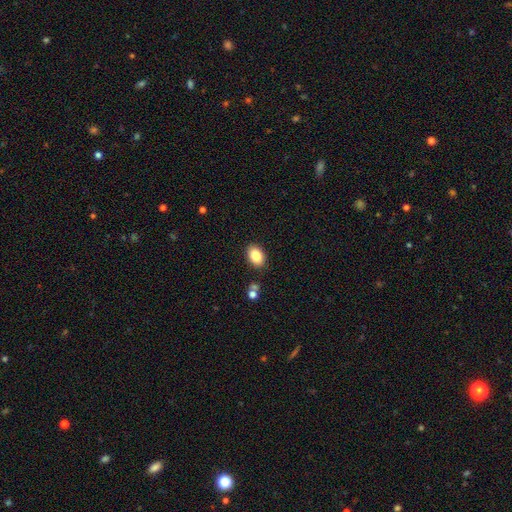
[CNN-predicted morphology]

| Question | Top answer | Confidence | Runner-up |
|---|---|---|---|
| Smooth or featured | smooth | 86% | star or artifact (8%) |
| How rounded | in between | 87% | round (12%) |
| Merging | none | 86% | minor disturbance (9%) |